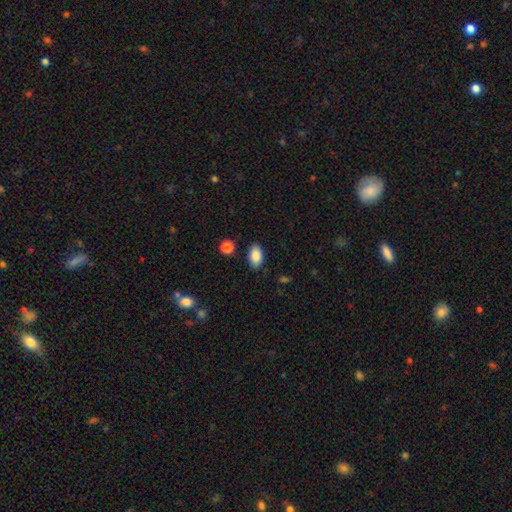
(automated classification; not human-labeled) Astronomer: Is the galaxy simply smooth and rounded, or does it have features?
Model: smooth — 88%.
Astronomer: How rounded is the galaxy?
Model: in between — 92%.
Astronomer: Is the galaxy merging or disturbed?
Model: none — 85%.